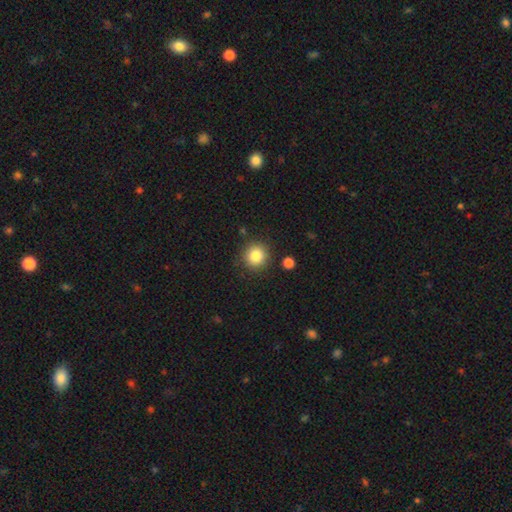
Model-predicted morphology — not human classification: Smooth or featured? smooth (84%)
How rounded? round (92%)
Merging? none (87%)